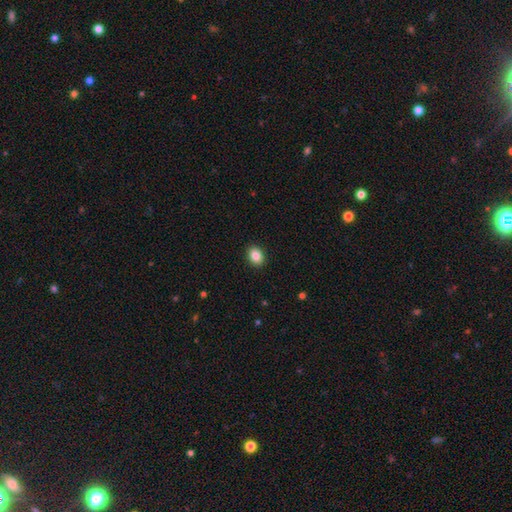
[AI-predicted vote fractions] Smooth or featured: smooth — 86% (star or artifact — 9%)
How rounded: in between — 62% (round — 37%)
Merging: none — 91% (minor disturbance — 6%)